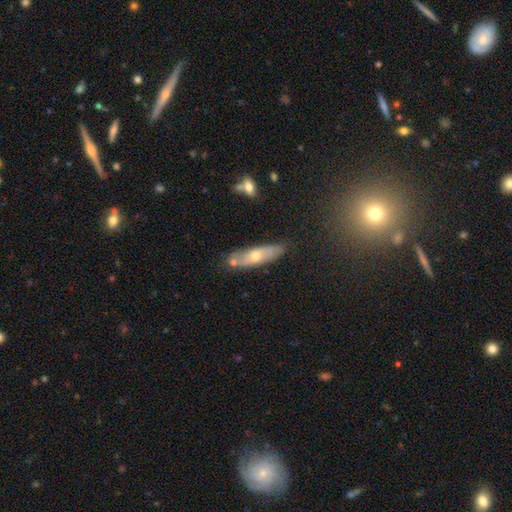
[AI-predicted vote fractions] The model was most divided on "smooth or featured": featured or disk: 48%, smooth: 44%, star or artifact: 7%. More confident: merging — none (74%).